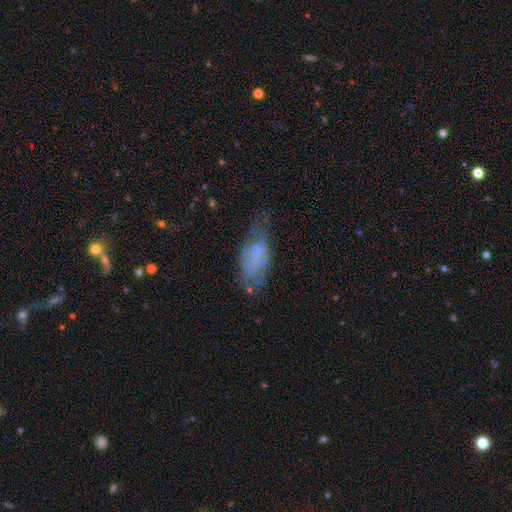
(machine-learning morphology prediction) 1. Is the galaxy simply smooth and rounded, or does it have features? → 47% smooth, 43% featured or disk, 10% star or artifact.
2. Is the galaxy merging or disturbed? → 41% none, 31% minor disturbance, 24% major disturbance, 5% merger.